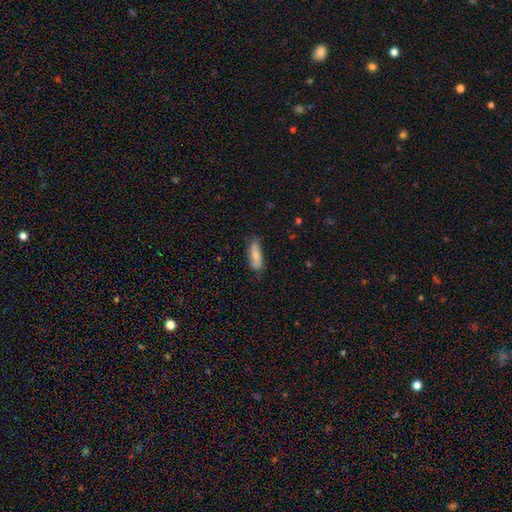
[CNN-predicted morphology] Smooth or featured?
  - smooth: 78% *
  - featured or disk: 16%
  - star or artifact: 6%
How rounded?
  - in between: 56% *
  - cigar-shaped: 42%
  - round: 2%
Merging?
  - none: 74% *
  - minor disturbance: 20%
  - major disturbance: 4%
  - merger: 2%